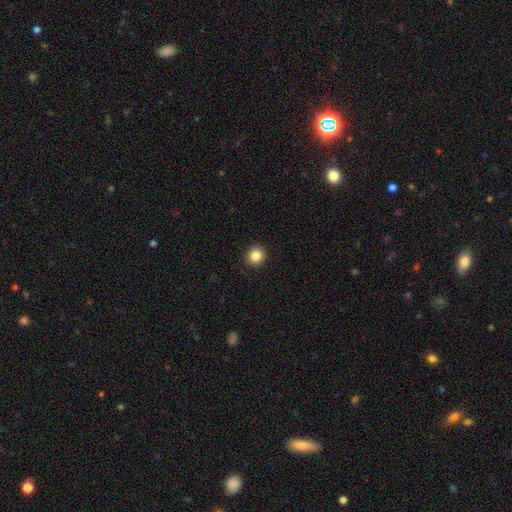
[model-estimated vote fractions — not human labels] Smooth or featured: smooth — 85% (star or artifact — 10%)
How rounded: round — 92% (in between — 7%)
Merging: none — 92% (minor disturbance — 5%)